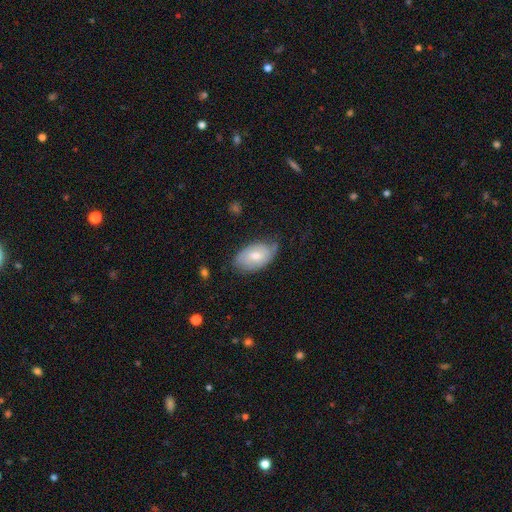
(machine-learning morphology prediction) Smooth or featured? smooth (67%)
How rounded? in between (93%)
Merging? none (65%)